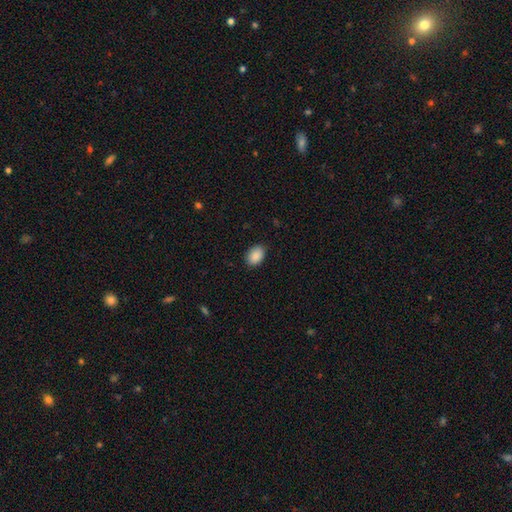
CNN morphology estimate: A smooth galaxy with no disk features (90%) that is in between round and cigar-shaped (80%).

Vote fractions:
- Smooth or featured? smooth: 90% / star or artifact: 7% / featured or disk: 3%
- How rounded? in between: 80% / round: 19% / cigar-shaped: 1%
- Merging? none: 88% / minor disturbance: 9% / major disturbance: 2% / merger: 1%